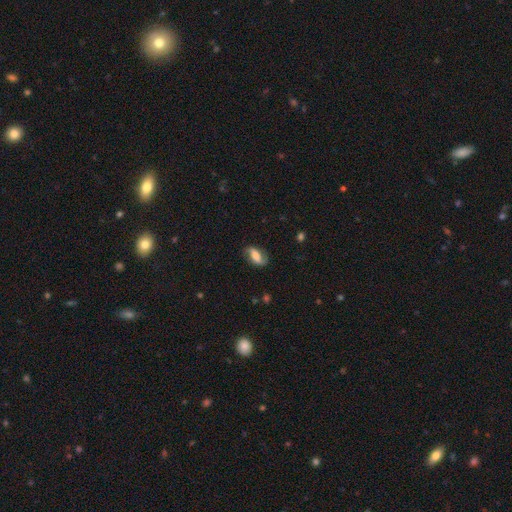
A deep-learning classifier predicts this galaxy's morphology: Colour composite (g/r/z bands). It shows a featured or disk galaxy (52%). Merging: none (74%).